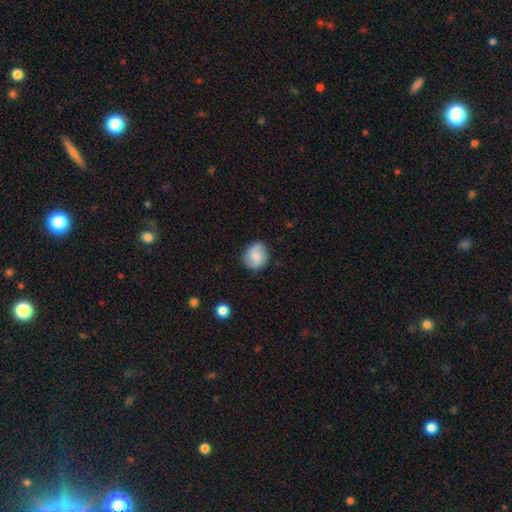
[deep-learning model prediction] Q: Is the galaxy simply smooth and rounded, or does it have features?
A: smooth — 62%.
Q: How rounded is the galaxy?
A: round — 73%.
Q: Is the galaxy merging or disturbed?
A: none — 73%.